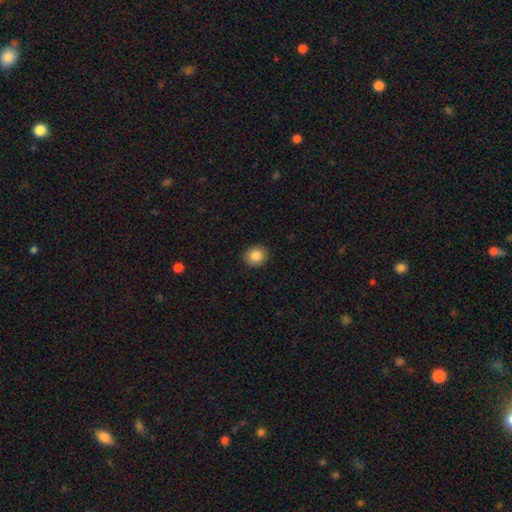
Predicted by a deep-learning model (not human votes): This is clearly a smooth galaxy (85%). How rounded: likely round (71%). Merging: clearly none (91%).